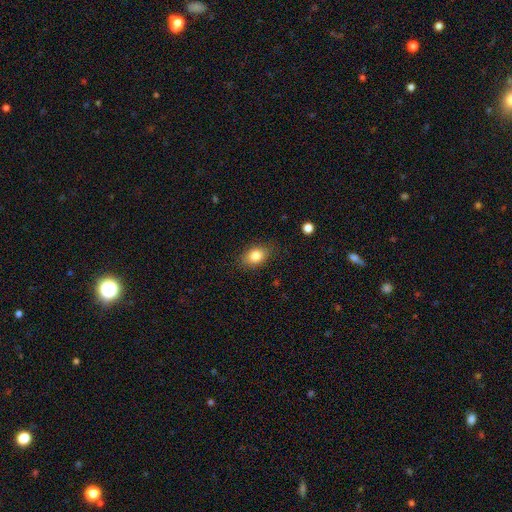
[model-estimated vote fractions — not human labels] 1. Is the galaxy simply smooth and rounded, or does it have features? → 83% smooth, 9% star or artifact, 8% featured or disk.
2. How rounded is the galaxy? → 78% in between, 21% round, 2% cigar-shaped.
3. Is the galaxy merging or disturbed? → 82% none, 13% minor disturbance, 3% major disturbance, 1% merger.